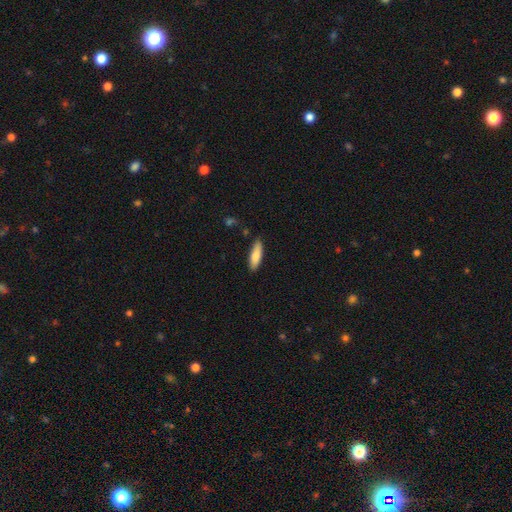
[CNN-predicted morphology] Q: Smooth or featured?
A: smooth (83%); runner-up: featured or disk (11%)
Q: How rounded?
A: cigar-shaped (50%); runner-up: in between (48%)
Q: Merging?
A: none (85%); runner-up: minor disturbance (11%)